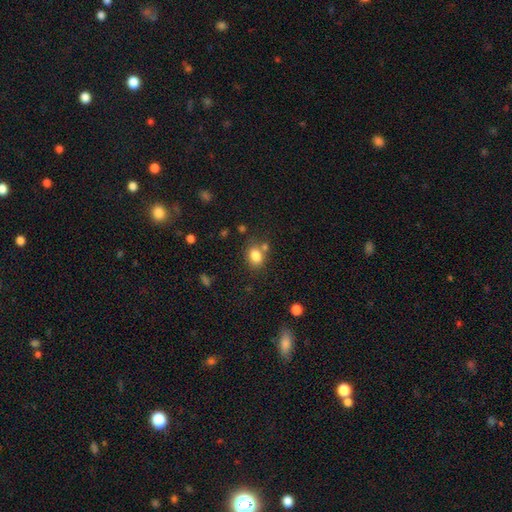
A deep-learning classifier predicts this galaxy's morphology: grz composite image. It shows a smooth galaxy with no disk features (83%) that is in between round and cigar-shaped (60%). Merging: none (64%).